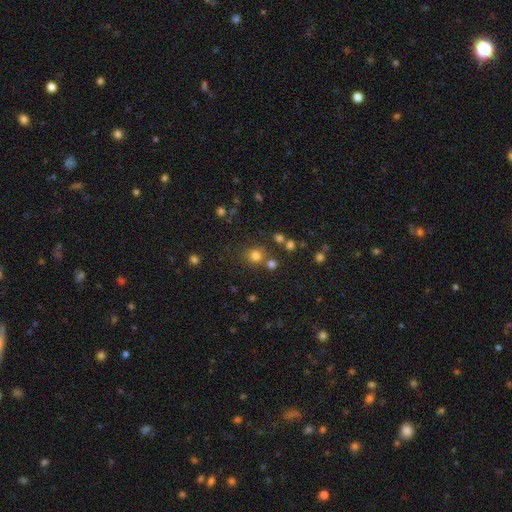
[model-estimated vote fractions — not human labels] smooth-or-featured: smooth: 75% | star or artifact: 19% | featured or disk: 6%
  how-rounded: round: 88% | in between: 11% | cigar-shaped: 1%
  merging: none: 74% | merger: 12% | minor disturbance: 9% | major disturbance: 4%